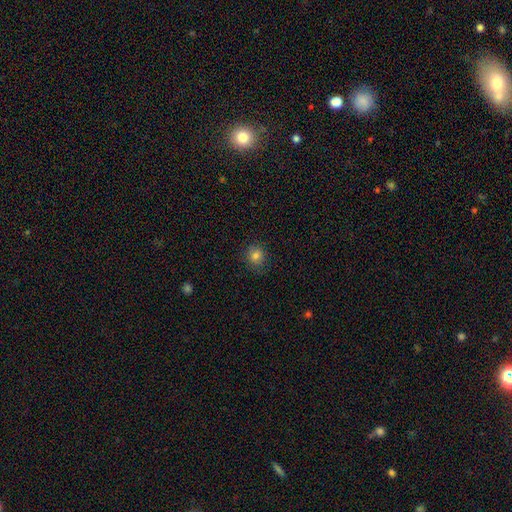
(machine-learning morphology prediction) A smooth galaxy with no disk features (80%) that is round (79%).

Vote fractions:
- Smooth or featured? smooth: 80% / star or artifact: 13% / featured or disk: 7%
- How rounded? round: 79% / in between: 20% / cigar-shaped: 1%
- Merging? none: 83% / minor disturbance: 12% / major disturbance: 3% / merger: 1%